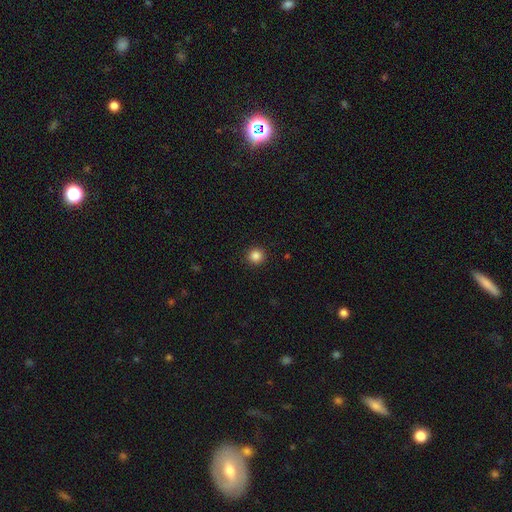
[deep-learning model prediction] Smooth or featured?
  - smooth: 85% *
  - star or artifact: 11%
  - featured or disk: 3%
How rounded?
  - round: 95% *
  - in between: 4%
  - cigar-shaped: 1%
Merging?
  - none: 93% *
  - minor disturbance: 5%
  - major disturbance: 2%
  - merger: 1%